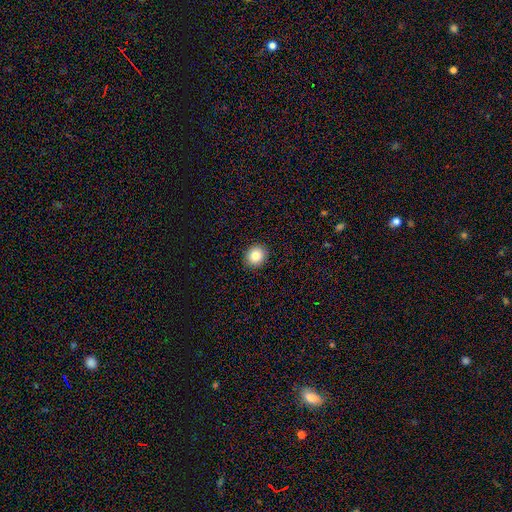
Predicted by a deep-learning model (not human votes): Smooth or featured? smooth (84%)
How rounded? round (82%)
Merging? none (92%)